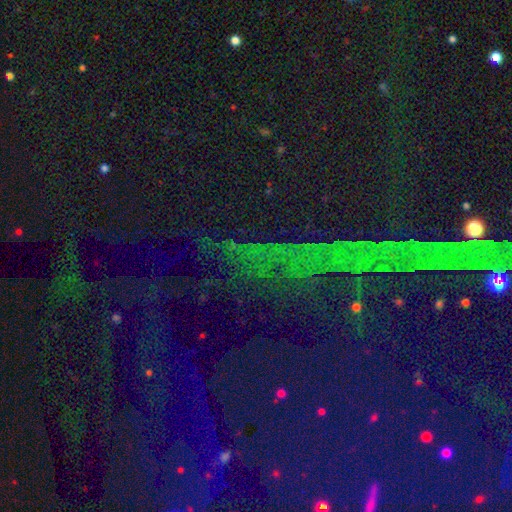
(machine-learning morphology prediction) Smooth or featured? star or artifact (80%)